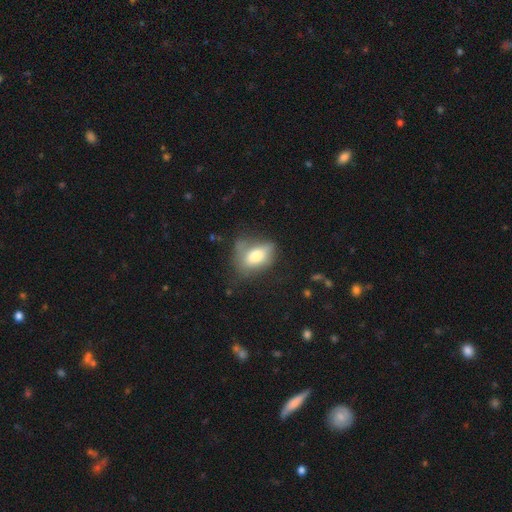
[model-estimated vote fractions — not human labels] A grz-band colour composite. It shows a smooth galaxy with no disk features (71%) that is in between round and cigar-shaped (86%). Merging: none (40%).